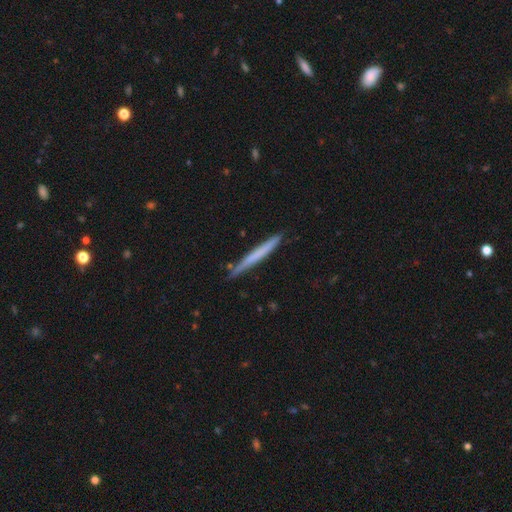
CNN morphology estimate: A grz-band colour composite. It shows a smooth galaxy with no disk features (57%) that is cigar-shaped (97%). Merging: none (86%).